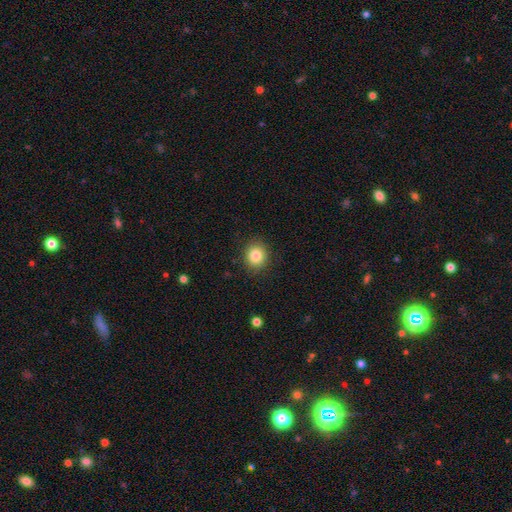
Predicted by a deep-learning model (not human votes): A smooth galaxy with no disk features (85%) that is round (77%).

Vote fractions:
- Smooth or featured? smooth: 85% / star or artifact: 10% / featured or disk: 6%
- How rounded? round: 77% / in between: 22% / cigar-shaped: 1%
- Merging? none: 89% / minor disturbance: 7% / major disturbance: 2% / merger: 1%